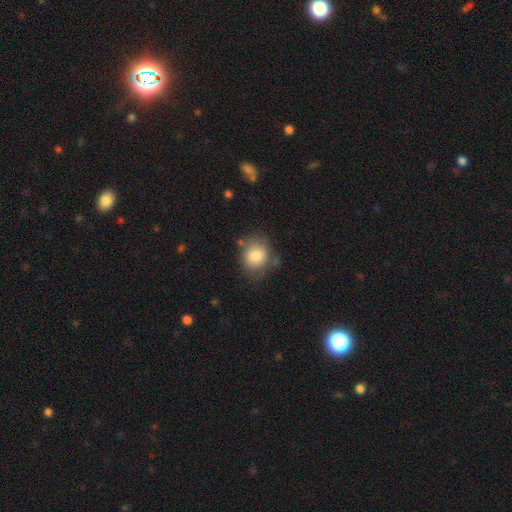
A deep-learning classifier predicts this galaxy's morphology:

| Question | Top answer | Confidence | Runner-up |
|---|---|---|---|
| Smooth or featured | smooth | 80% | featured or disk (12%) |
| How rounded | round | 73% | in between (27%) |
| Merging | none | 67% | minor disturbance (21%) |